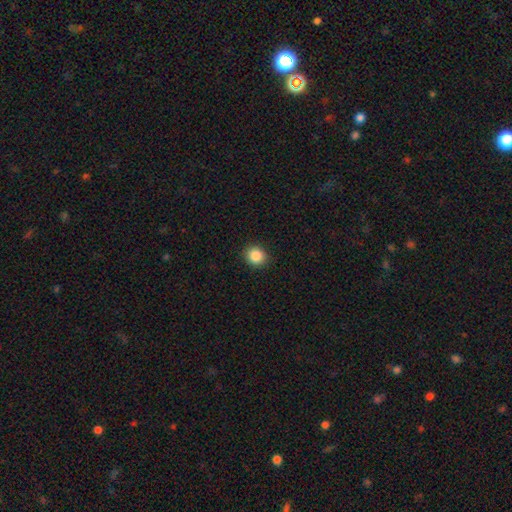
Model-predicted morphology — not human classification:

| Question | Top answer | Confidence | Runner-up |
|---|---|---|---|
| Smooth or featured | smooth | 86% | star or artifact (10%) |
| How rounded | round | 79% | in between (20%) |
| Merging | none | 91% | minor disturbance (6%) |